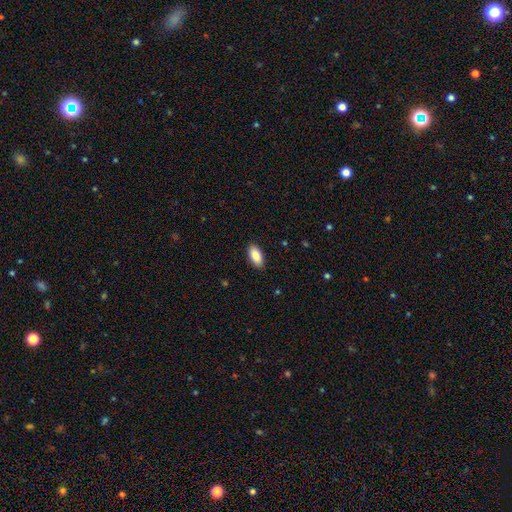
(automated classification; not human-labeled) smooth_or_featured: smooth (p=0.88) [alt: star or artifact p=0.06]
how_rounded: in between (p=0.93) [alt: cigar-shaped p=0.05]
merging: none (p=0.89) [alt: minor disturbance p=0.08]